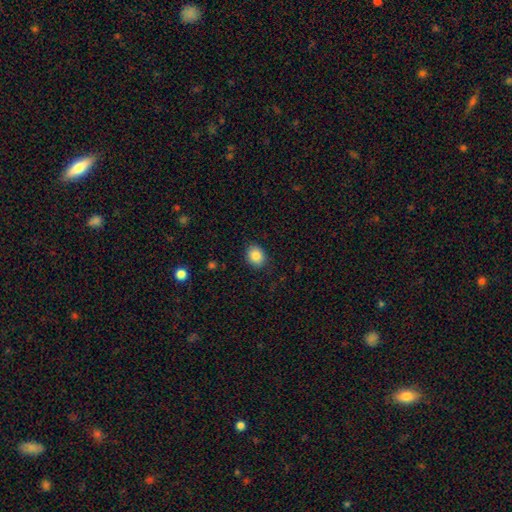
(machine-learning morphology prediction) type=smooth (86%); roundness=round (53%); merging=none (87%).